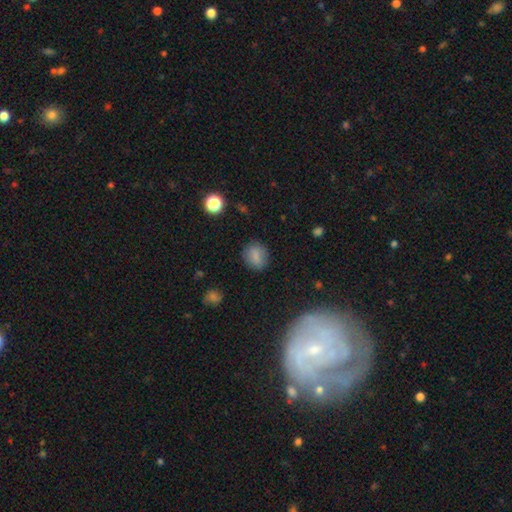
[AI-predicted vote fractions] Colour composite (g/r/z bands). It shows a smooth galaxy with no disk features (81%) that is round (58%). Merging: none (85%).